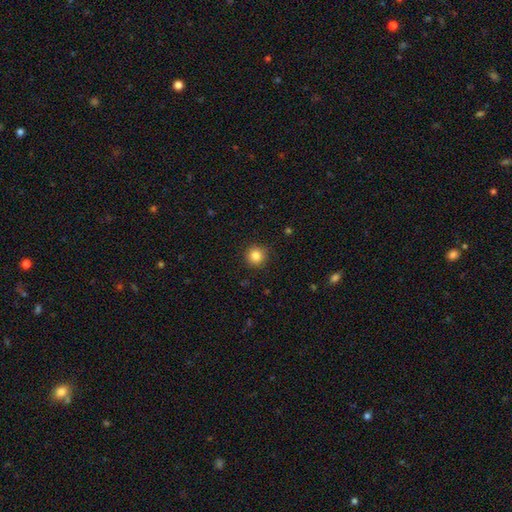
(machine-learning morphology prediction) The model was most divided on "smooth or featured": smooth: 85%, star or artifact: 11%, featured or disk: 5%. More confident: how rounded — round (94%); merging — none (90%).